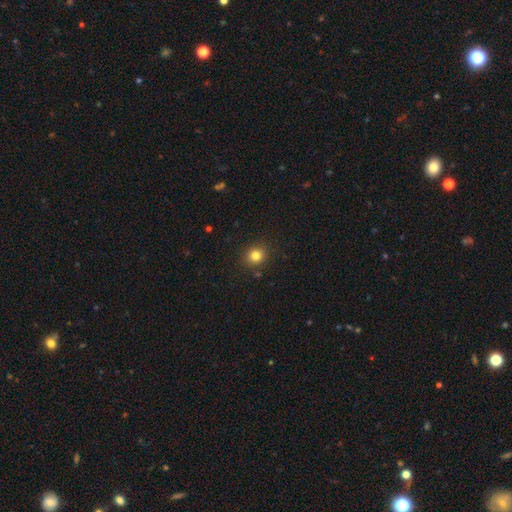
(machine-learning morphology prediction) smooth 82%, star or artifact 12%, featured or disk 6%. Down the decision tree: how rounded — round (78%); merging — none (88%).